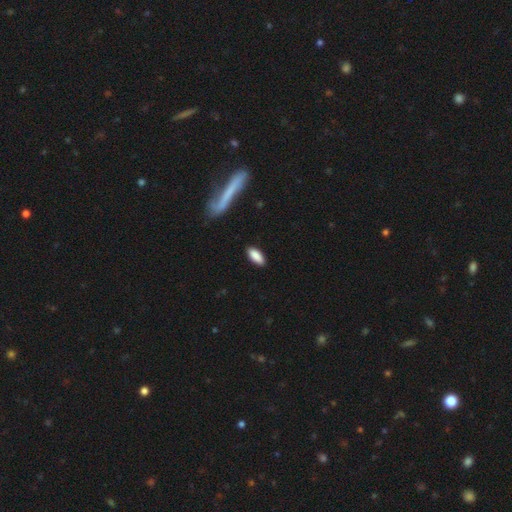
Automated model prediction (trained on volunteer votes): Q: Smooth or featured?
A: smooth (88%); runner-up: featured or disk (6%)
Q: How rounded?
A: in between (78%); runner-up: cigar-shaped (20%)
Q: Merging?
A: none (87%); runner-up: minor disturbance (9%)